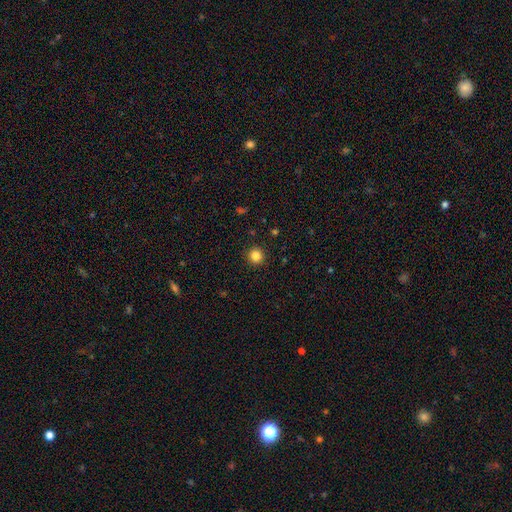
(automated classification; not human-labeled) Morphology: type=smooth (84%); roundness=round (94%); merging=none (92%).